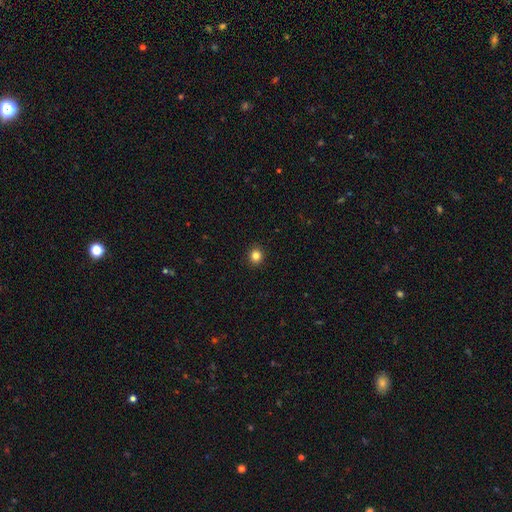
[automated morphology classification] Smooth or featured? smooth (84%)
How rounded? round (85%)
Merging? none (92%)